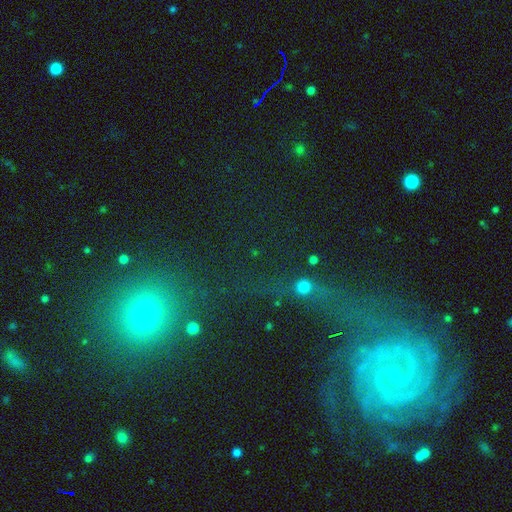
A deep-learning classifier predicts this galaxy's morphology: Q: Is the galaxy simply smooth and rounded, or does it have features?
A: featured or disk — 43%.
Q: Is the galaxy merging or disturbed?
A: none — 62%.